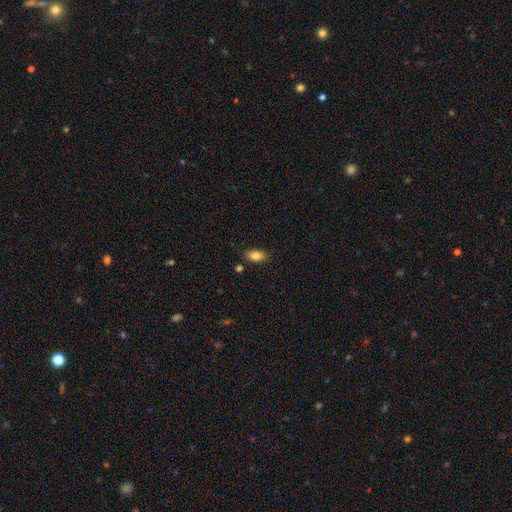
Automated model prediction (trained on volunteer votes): Q: Smooth or featured?
A: smooth (85%); runner-up: star or artifact (8%)
Q: How rounded?
A: in between (90%); runner-up: round (6%)
Q: Merging?
A: none (81%); runner-up: minor disturbance (12%)